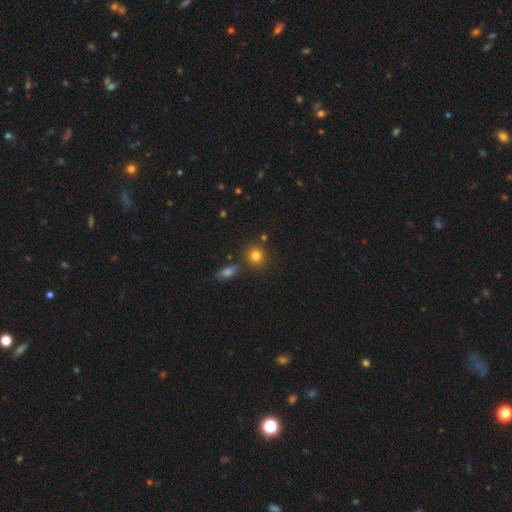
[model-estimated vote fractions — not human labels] smooth-or-featured: smooth: 81% | star or artifact: 12% | featured or disk: 7%
  how-rounded: round: 85% | in between: 14% | cigar-shaped: 1%
  merging: none: 78% | minor disturbance: 10% | merger: 9% | major disturbance: 3%